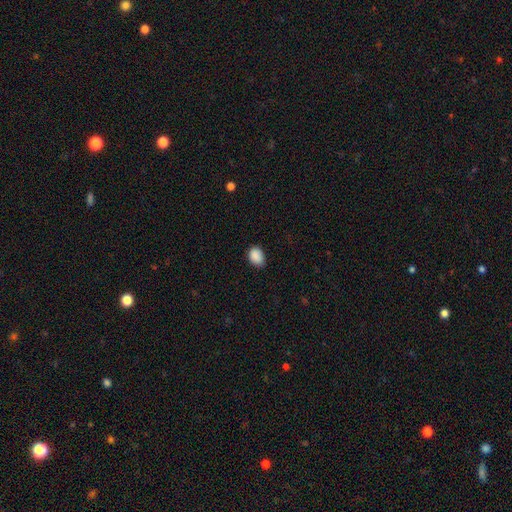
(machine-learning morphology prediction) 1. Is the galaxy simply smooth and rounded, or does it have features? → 90% smooth, 8% star or artifact, 3% featured or disk.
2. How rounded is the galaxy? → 73% in between, 26% round, 1% cigar-shaped.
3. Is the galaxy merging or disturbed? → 80% none, 17% minor disturbance, 3% major disturbance, 1% merger.